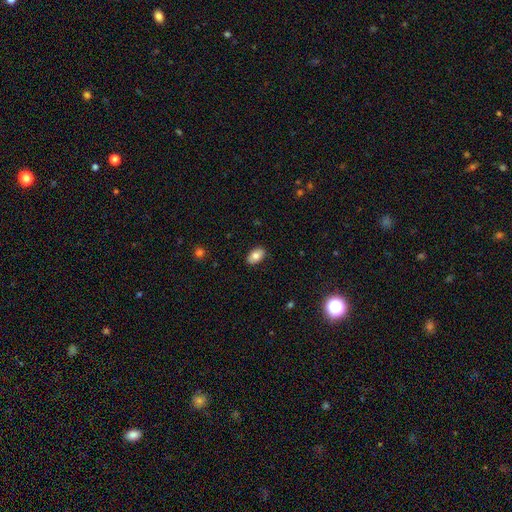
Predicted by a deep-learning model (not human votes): The model was most divided on "smooth or featured": smooth: 77%, featured or disk: 16%, star or artifact: 7%. More confident: how rounded — in between (92%); merging — none (87%).